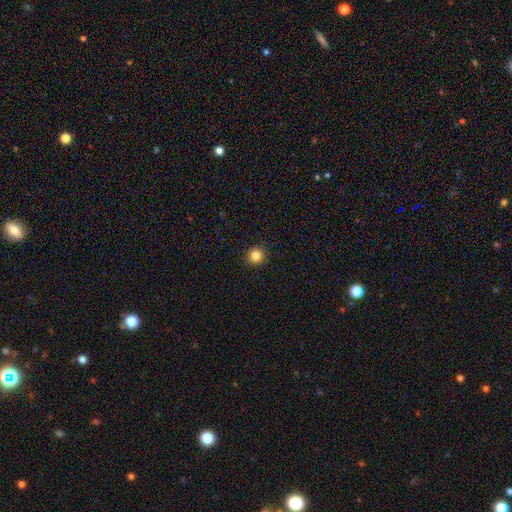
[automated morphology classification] A smooth galaxy with no disk features (85%) that is round (93%). Merging: none (92%).